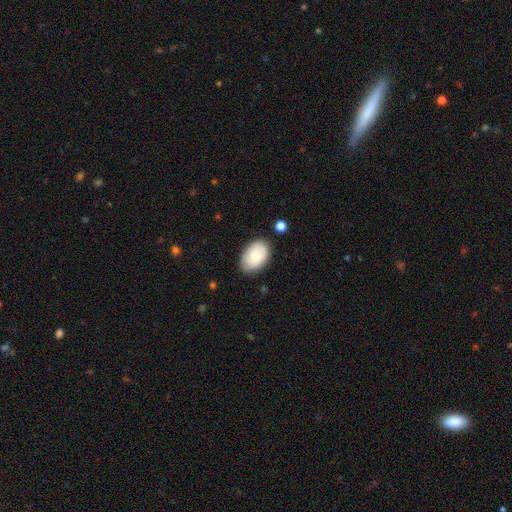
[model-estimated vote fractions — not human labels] This appears to be a smooth galaxy with no disk features (78%) that is in between round and cigar-shaped (90%). Merging: none (81%).